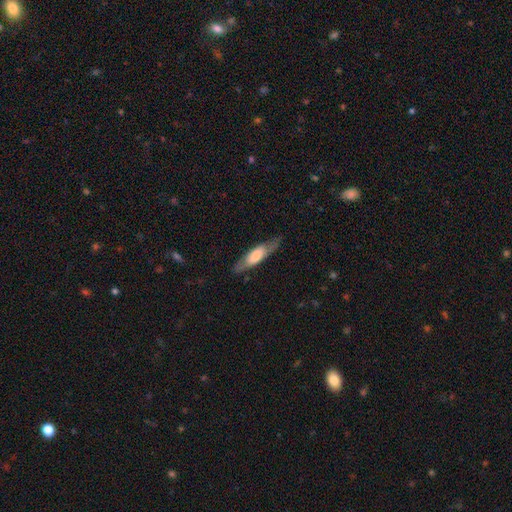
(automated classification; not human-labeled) A smooth galaxy with no disk features (48%). Merging: none (77%).